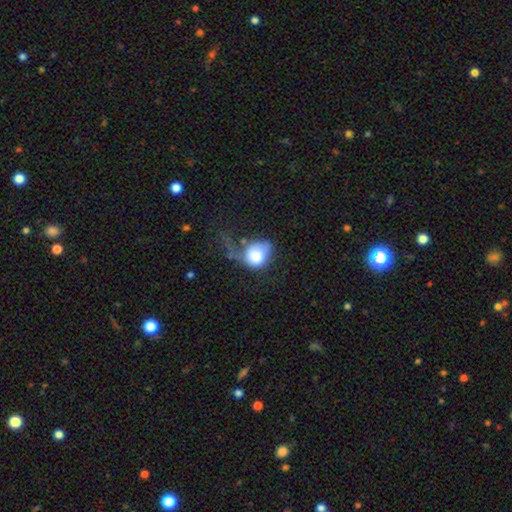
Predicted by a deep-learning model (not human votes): Q: Smooth or featured?
A: smooth (73%); runner-up: featured or disk (19%)
Q: How rounded?
A: round (64%); runner-up: in between (35%)
Q: Merging?
A: major disturbance (45%); runner-up: minor disturbance (25%)